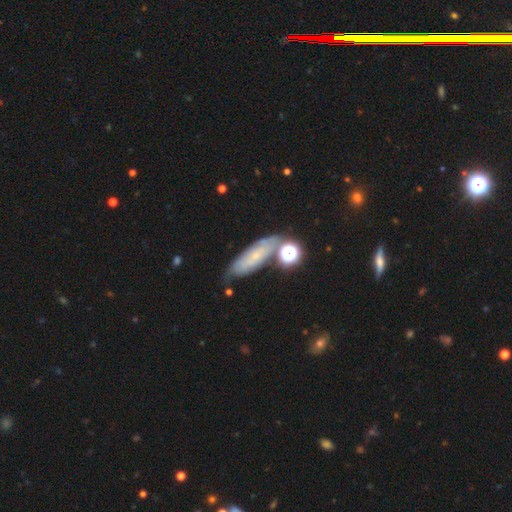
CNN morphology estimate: type=smooth (47%); merging=none (63%).